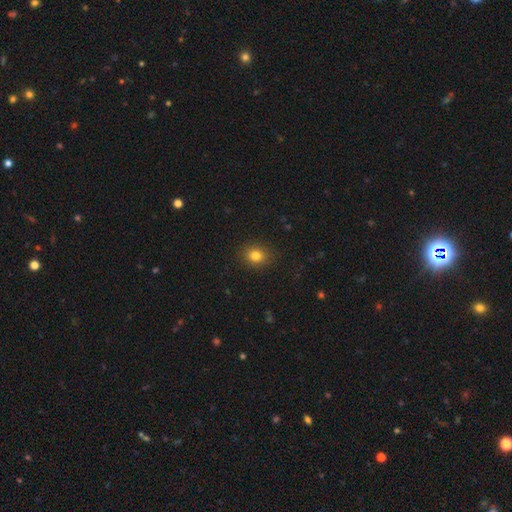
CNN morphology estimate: This is clearly a smooth galaxy (81%). How rounded: likely round (63%). Merging: clearly none (89%).